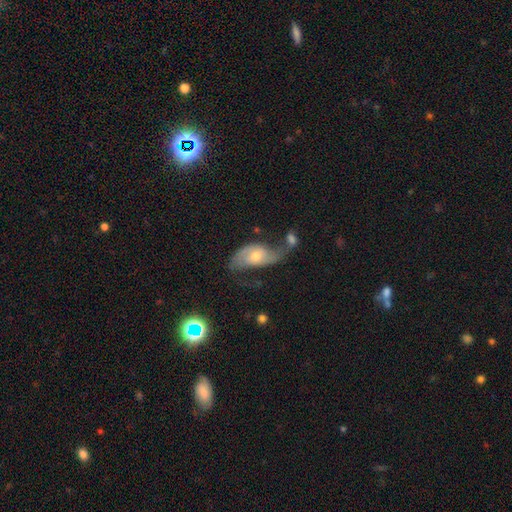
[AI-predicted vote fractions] A featured or disk galaxy (71%) with no bar (59%), 2 (85%) loose (64%) spiral arms (88%) and a moderate central bulge (59%). Merging: none (36%).